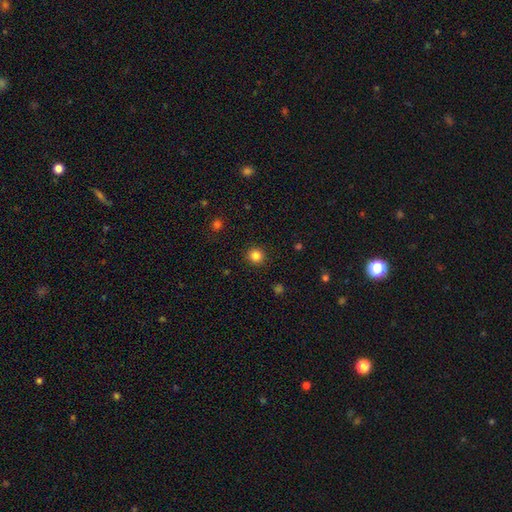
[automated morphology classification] This appears to be a smooth galaxy with no disk features (84%) that is round (94%). Merging: none (92%).